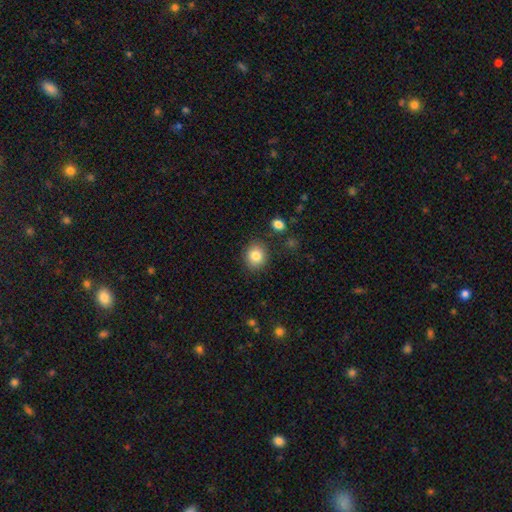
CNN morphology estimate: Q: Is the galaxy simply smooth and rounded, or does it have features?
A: smooth — 83%.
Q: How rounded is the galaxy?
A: round — 75%.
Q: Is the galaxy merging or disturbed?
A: none — 87%.